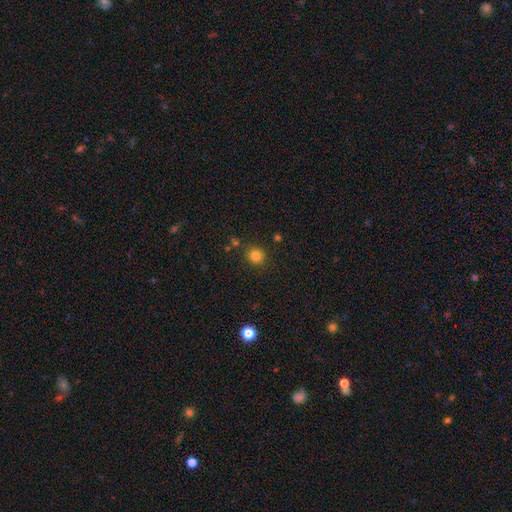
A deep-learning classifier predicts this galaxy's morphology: type=smooth (81%); roundness=round (86%); merging=none (84%).